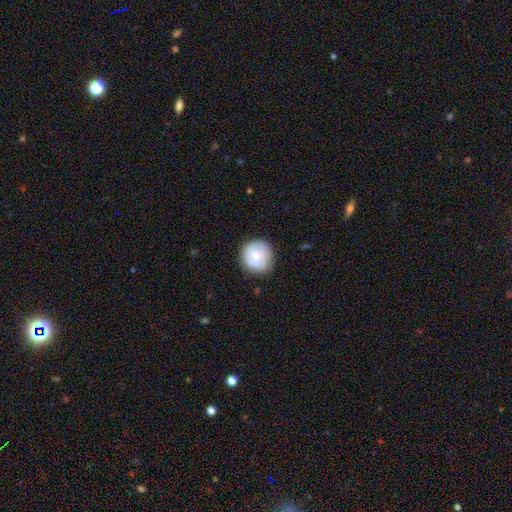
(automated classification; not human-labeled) A smooth galaxy with no disk features (65%) that is round (93%). Merging: none (79%).